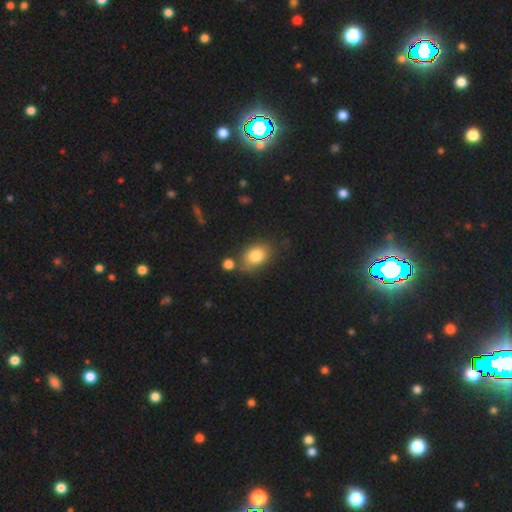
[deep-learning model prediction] smooth 82%, featured or disk 10%, star or artifact 8%. Down the decision tree: how rounded — in between (76%); merging — none (64%).